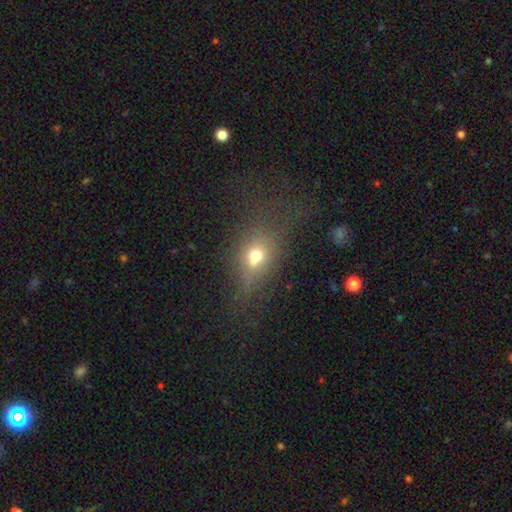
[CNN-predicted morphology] Smooth or featured? Predicted: smooth (p=0.59). How rounded? Predicted: in between (p=0.51). Merging? Predicted: none (p=0.49).